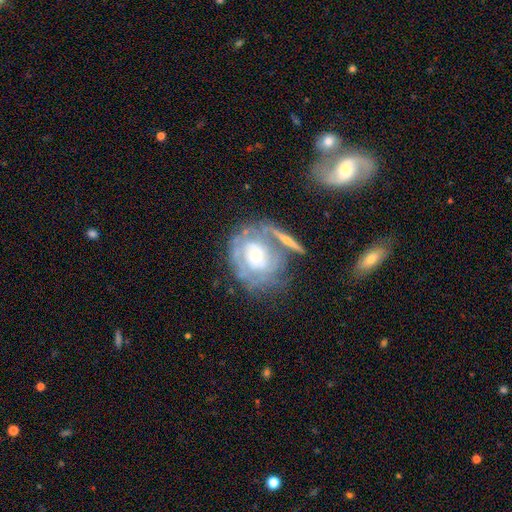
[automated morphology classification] smooth-or-featured: featured or disk: 71% | smooth: 21% | star or artifact: 8%
  disk-edge-on: no: 94% | yes: 6%
    bar: no: 77% | weak: 17% | strong: 5%
    has-spiral-arms: yes: 68% | no: 32%
    bulge-size: small: 52% | moderate: 37% | large: 7% | none: 3% | dominant: 2%
  merging: none: 49% | minor disturbance: 19% | merger: 18% | major disturbance: 14%